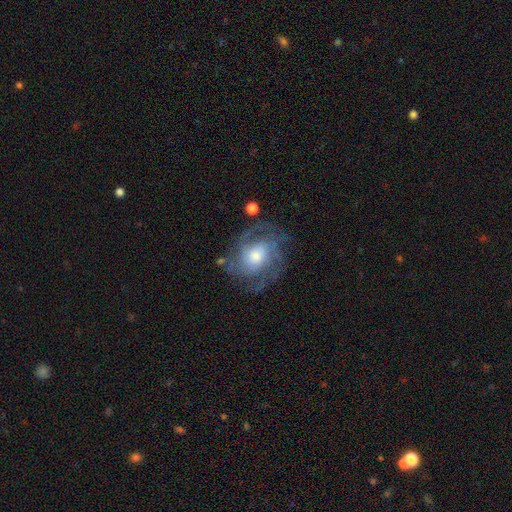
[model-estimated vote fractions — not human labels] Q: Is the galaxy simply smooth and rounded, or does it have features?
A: featured or disk — 83%.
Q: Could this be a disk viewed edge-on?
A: no — 97%.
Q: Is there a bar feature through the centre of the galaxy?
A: no — 71%.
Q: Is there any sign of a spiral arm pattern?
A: yes — 93%.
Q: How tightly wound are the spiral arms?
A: tight — 47%.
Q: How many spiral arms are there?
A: can't tell — 28%.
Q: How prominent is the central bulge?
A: moderate — 52%.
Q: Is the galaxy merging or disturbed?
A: none — 71%.